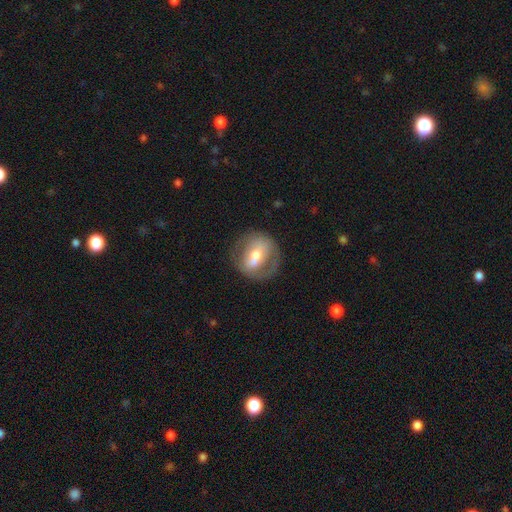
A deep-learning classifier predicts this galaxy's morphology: featured or disk 54%, smooth 40%, star or artifact 7%. Down the decision tree: edge-on disk — no (92%); merging — none (59%).